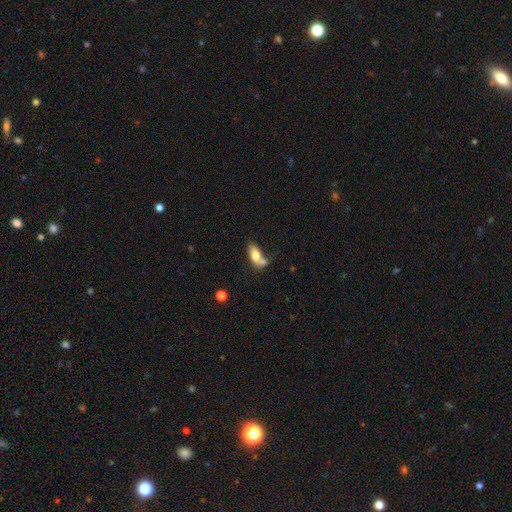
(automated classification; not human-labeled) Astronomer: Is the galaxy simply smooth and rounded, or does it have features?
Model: smooth — 72%.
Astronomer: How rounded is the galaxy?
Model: in between — 83%.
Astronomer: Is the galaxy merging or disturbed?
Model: merger — 45% (runner-up: none, 31%).